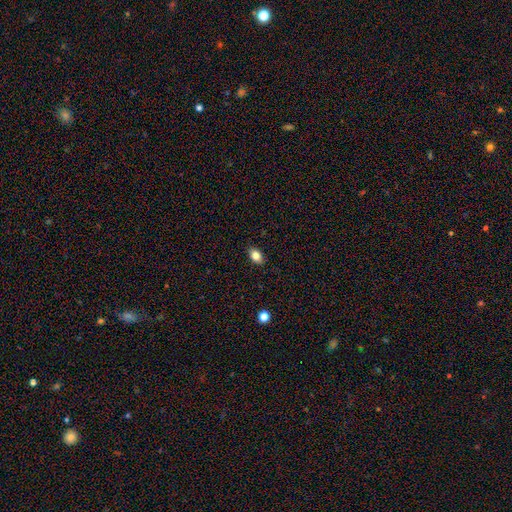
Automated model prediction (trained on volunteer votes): This is clearly a smooth galaxy (82%). How rounded: clearly in between (85%). Merging: clearly none (88%).